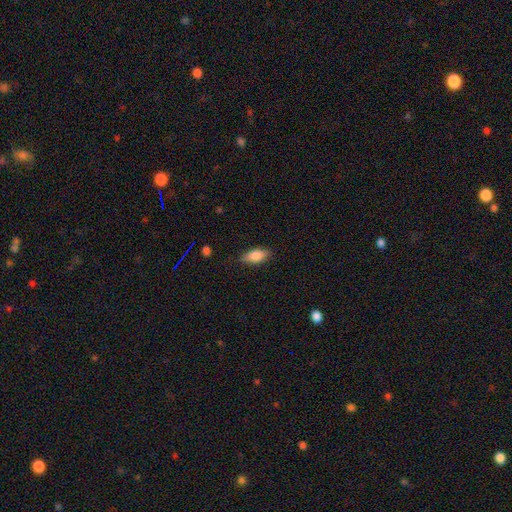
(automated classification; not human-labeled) This appears to be a smooth galaxy with no disk features (84%) that is in between round and cigar-shaped (86%). Merging: none (84%).